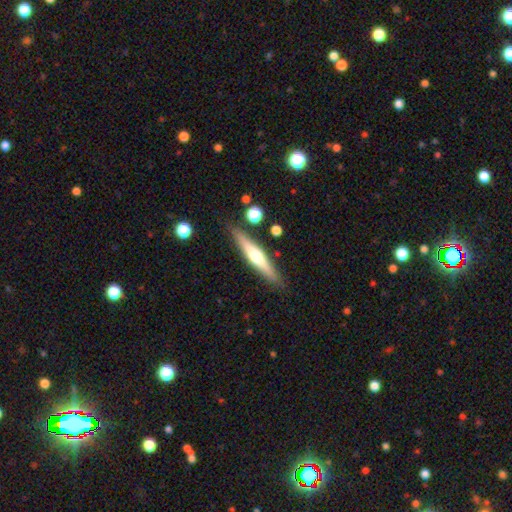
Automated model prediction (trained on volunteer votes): Q: Smooth or featured?
A: featured or disk (56%); runner-up: smooth (38%)
Q: Edge-on disk?
A: yes (95%); runner-up: no (5%)
Q: Edge-on bulge?
A: rounded (85%); runner-up: none (9%)
Q: Merging?
A: none (86%); runner-up: minor disturbance (9%)